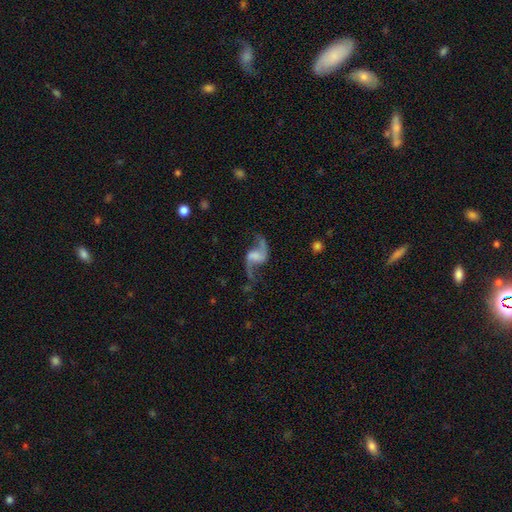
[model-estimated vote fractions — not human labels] Q: Smooth or featured?
A: featured or disk (87%); runner-up: star or artifact (6%)
Q: Edge-on disk?
A: no (98%); runner-up: yes (2%)
Q: Bar?
A: weak (43%); runner-up: no (35%)
Q: Spiral arms?
A: yes (96%); runner-up: no (4%)
Q: Spiral winding?
A: loose (83%); runner-up: medium (14%)
Q: Spiral arm count?
A: 2 (94%); runner-up: 1 (2%)
Q: Bulge size?
A: none (49%); runner-up: small (18%)
Q: Merging?
A: none (72%); runner-up: minor disturbance (14%)